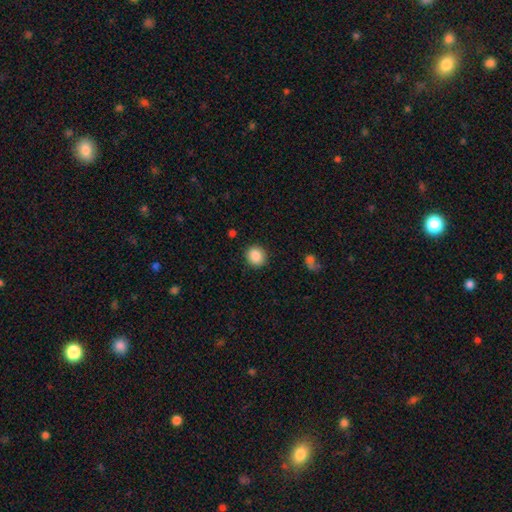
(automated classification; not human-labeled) A smooth galaxy with no disk features (88%) that is round (82%). Merging: none (90%).